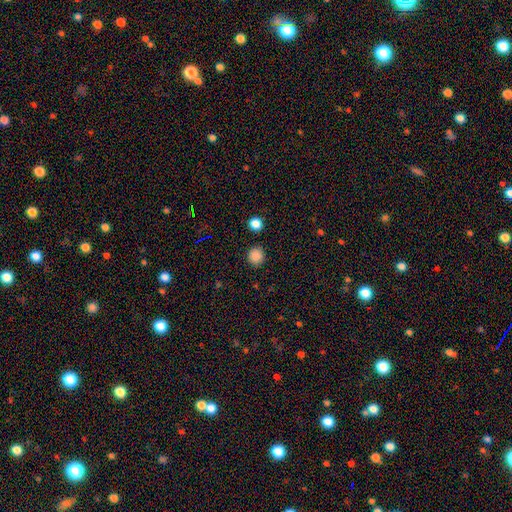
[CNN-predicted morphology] A smooth galaxy with no disk features (86%) that is round (92%).

Vote fractions:
- Smooth or featured? smooth: 86% / star or artifact: 11% / featured or disk: 3%
- How rounded? round: 92% / in between: 7% / cigar-shaped: 1%
- Merging? none: 91% / minor disturbance: 5% / major disturbance: 2% / merger: 2%